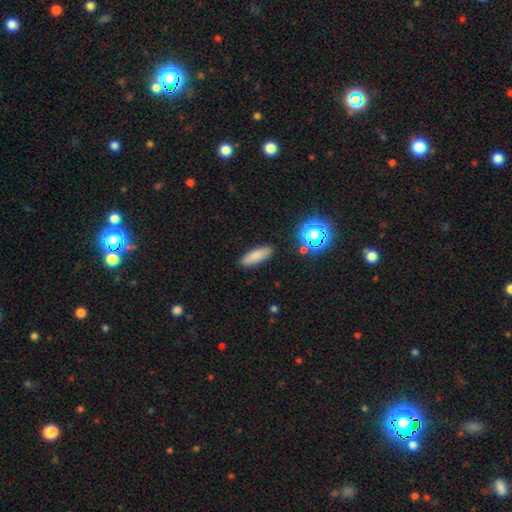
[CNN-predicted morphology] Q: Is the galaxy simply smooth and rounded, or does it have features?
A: smooth — 81%.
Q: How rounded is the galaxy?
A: in between — 53%.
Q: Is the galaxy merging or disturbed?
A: none — 87%.